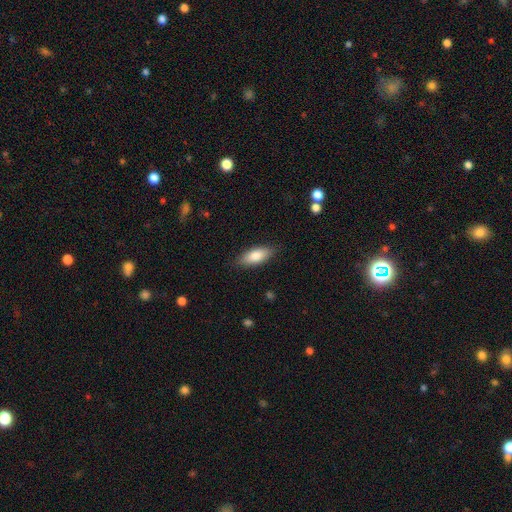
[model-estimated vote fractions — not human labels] The model was most divided on "how rounded": in between: 79%, cigar-shaped: 19%, round: 2%. More confident: merging — none (86%); smooth or featured — smooth (82%).